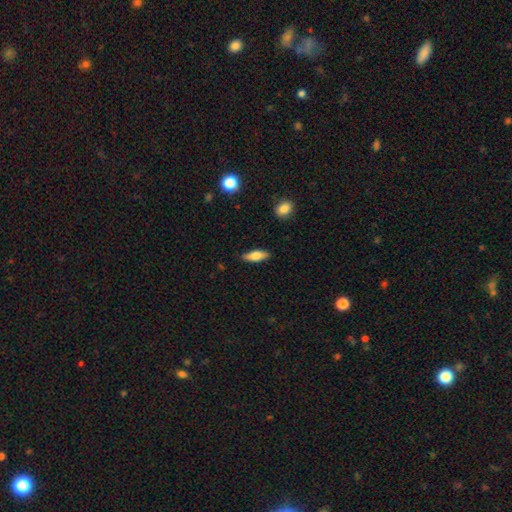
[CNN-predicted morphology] This appears to be a smooth galaxy with no disk features (69%) that is in between round and cigar-shaped (64%). Merging: none (85%).